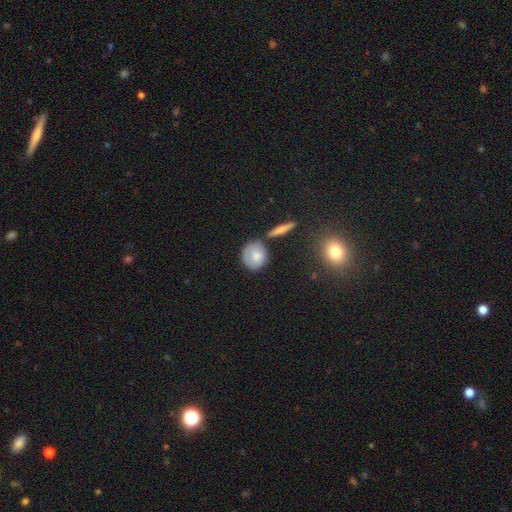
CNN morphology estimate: Overall: smooth (70%). How rounded: round (77%). Merging: none (62%).